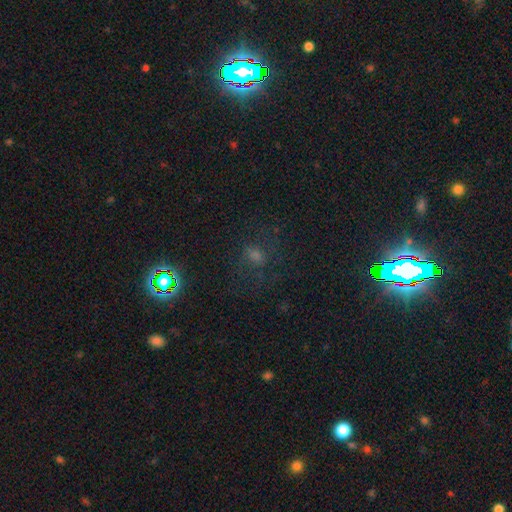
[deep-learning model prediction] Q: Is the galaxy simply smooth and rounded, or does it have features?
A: smooth — 45%.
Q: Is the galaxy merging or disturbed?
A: none — 63%.